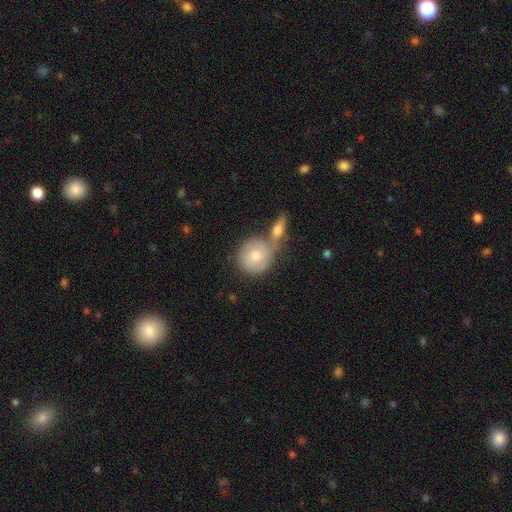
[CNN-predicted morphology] The model was most divided on "merging": none: 43%, merger: 40%, minor disturbance: 13%, major disturbance: 5%. More confident: how rounded — round (84%); smooth or featured — smooth (67%).